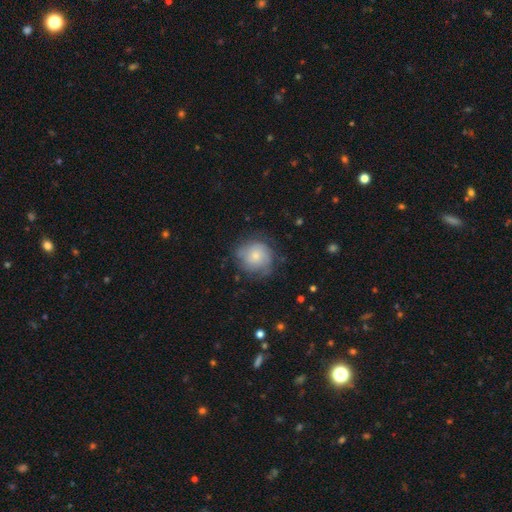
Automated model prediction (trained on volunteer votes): This appears to be a smooth galaxy with no disk features (56%) that is round (86%). Merging: none (65%).